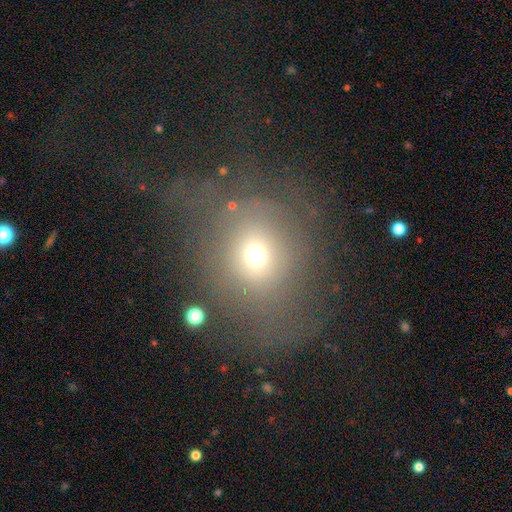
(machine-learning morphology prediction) This appears to be a smooth galaxy with no disk features (60%) that is round (78%). Merging: none (43%).